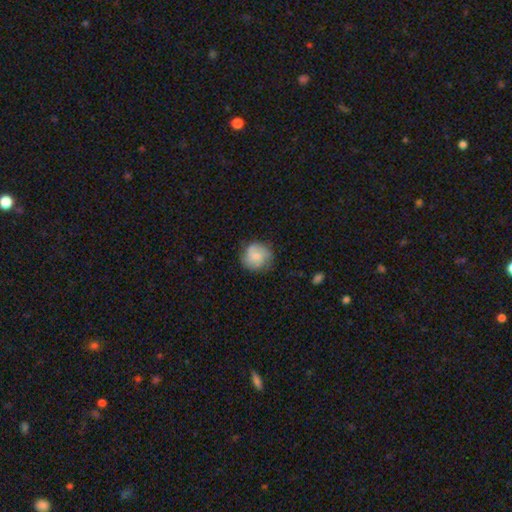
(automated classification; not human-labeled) This appears to be a smooth galaxy with no disk features (72%) that is round (91%). Merging: none (74%).